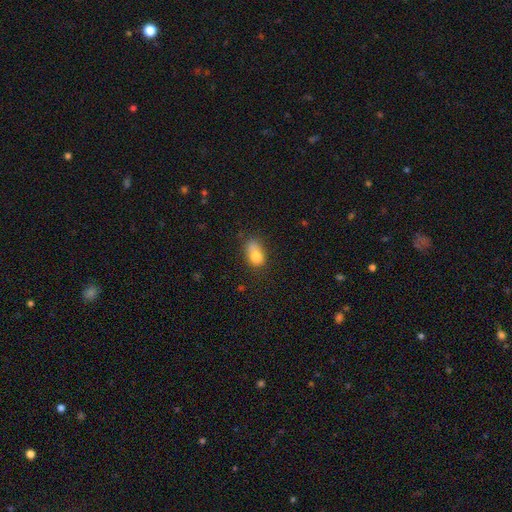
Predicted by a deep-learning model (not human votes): A smooth galaxy with no disk features (77%) that is in between round and cigar-shaped (79%). Merging: none (41%).